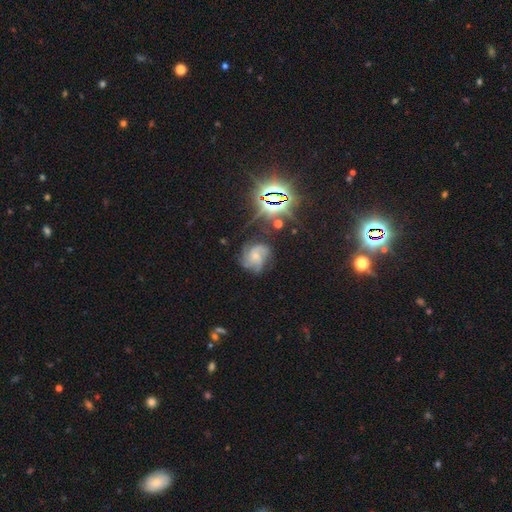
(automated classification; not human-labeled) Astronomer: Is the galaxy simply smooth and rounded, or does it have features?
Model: featured or disk — 70%.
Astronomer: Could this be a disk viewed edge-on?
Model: no — 98%.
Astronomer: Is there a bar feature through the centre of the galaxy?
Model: no — 74%.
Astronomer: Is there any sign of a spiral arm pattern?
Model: yes — 93%.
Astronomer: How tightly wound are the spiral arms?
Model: medium — 44% (runner-up: tight, 43%).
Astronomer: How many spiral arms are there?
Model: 3 — 44%.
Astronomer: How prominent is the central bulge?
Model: small — 59%.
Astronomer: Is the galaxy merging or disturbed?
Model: none — 60%.